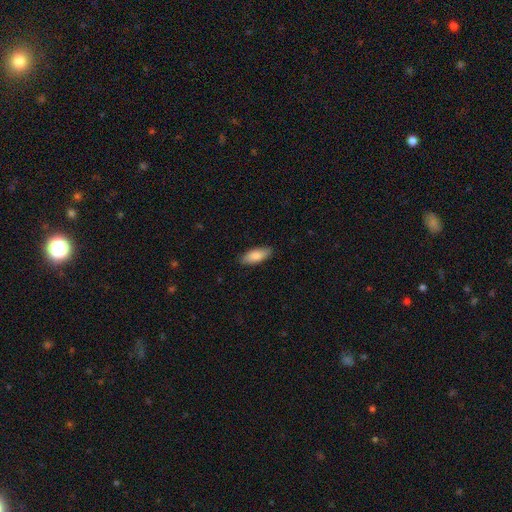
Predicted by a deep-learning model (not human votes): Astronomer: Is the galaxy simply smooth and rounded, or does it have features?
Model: smooth — 85%.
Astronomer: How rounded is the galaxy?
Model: in between — 78%.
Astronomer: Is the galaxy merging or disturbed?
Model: none — 87%.